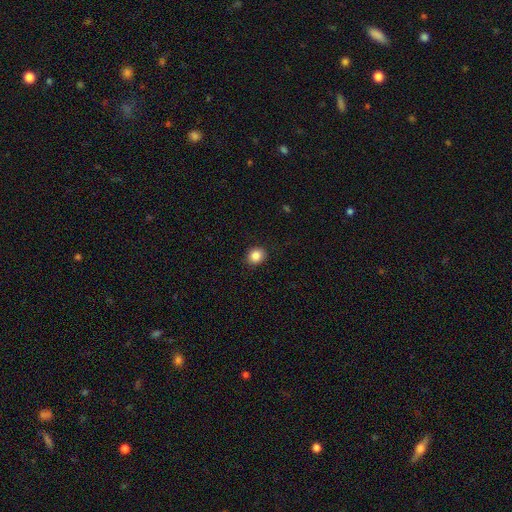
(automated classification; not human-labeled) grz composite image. It shows a smooth galaxy with no disk features (87%) that is round (71%). Merging: none (89%).